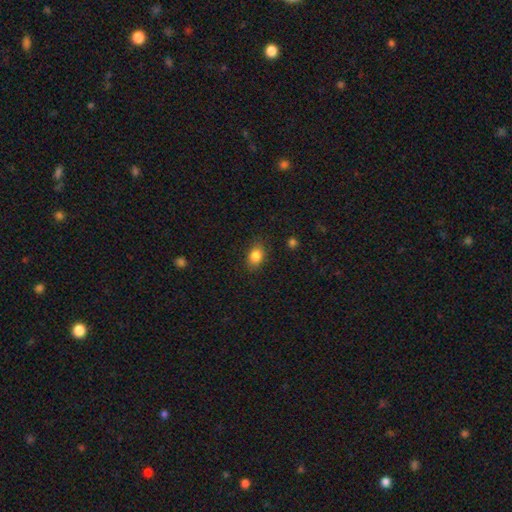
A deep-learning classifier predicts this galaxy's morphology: A smooth galaxy with no disk features (85%) that is in between round and cigar-shaped (70%). Merging: none (85%).